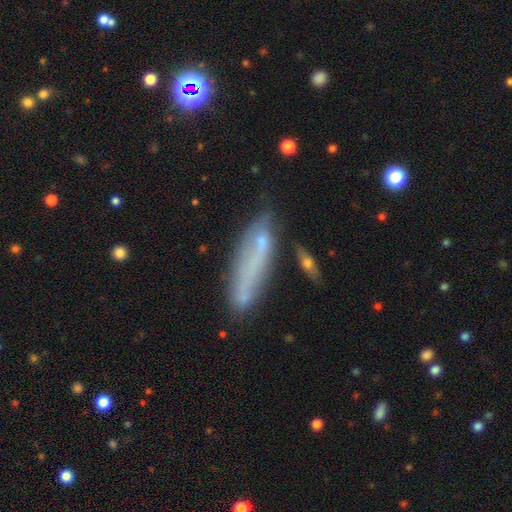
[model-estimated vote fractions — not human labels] Overall: smooth (55%; featured or disk 33%). How rounded: cigar-shaped (70%). Merging: none (52%; minor disturbance 25%).